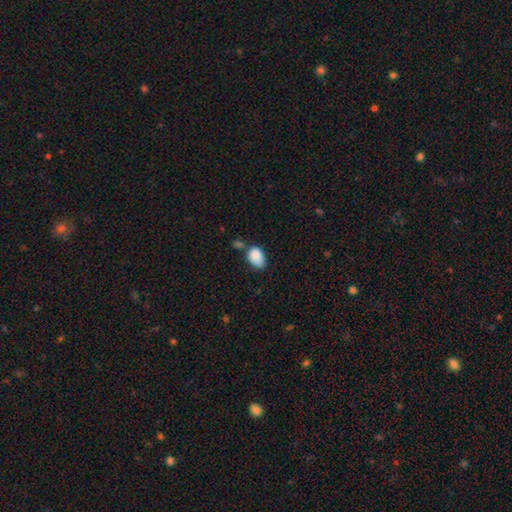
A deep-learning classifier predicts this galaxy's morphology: type=smooth (86%); roundness=in between (87%); merging=none (42%).